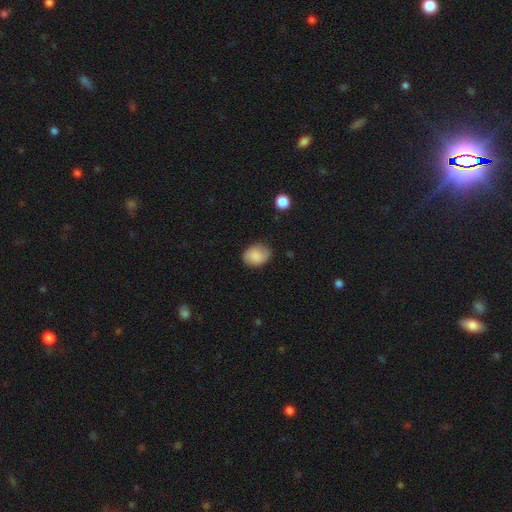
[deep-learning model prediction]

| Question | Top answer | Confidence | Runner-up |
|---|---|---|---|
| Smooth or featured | smooth | 82% | featured or disk (10%) |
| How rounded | in between | 59% | round (40%) |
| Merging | none | 72% | minor disturbance (22%) |